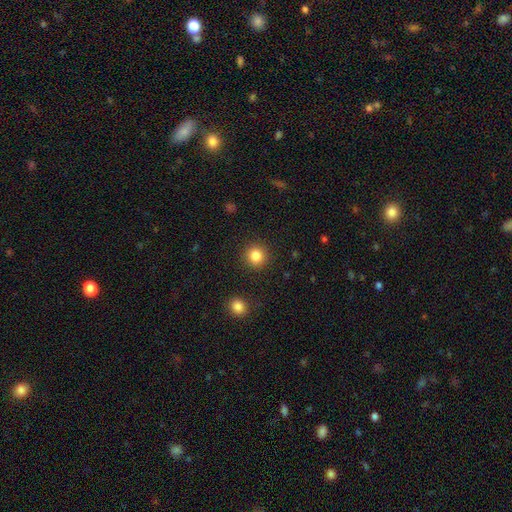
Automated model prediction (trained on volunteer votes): Q: Smooth or featured?
A: smooth (84%); runner-up: star or artifact (11%)
Q: How rounded?
A: round (92%); runner-up: in between (7%)
Q: Merging?
A: none (90%); runner-up: minor disturbance (6%)